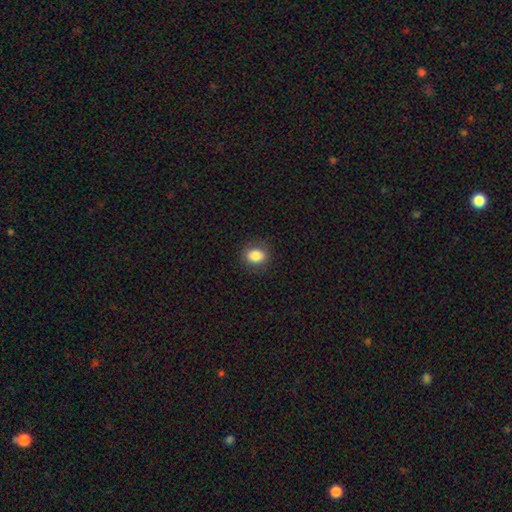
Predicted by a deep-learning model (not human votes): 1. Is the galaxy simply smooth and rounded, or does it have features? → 85% smooth, 9% star or artifact, 5% featured or disk.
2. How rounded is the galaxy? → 51% in between, 48% round, 1% cigar-shaped.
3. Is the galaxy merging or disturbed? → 87% none, 9% minor disturbance, 3% major disturbance, 1% merger.